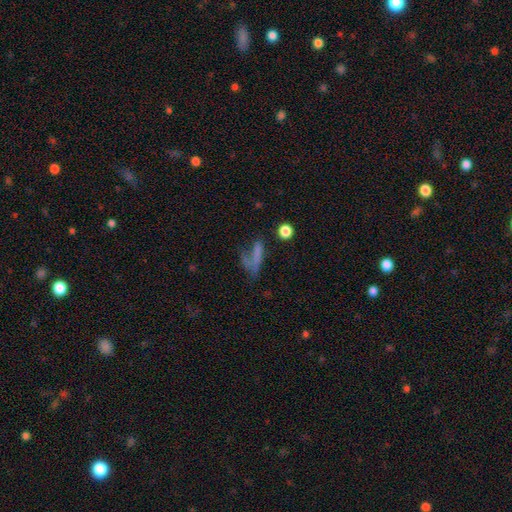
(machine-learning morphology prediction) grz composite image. It shows a smooth galaxy with no disk features (51%) that is cigar-shaped (48%). Merging: none (36%).